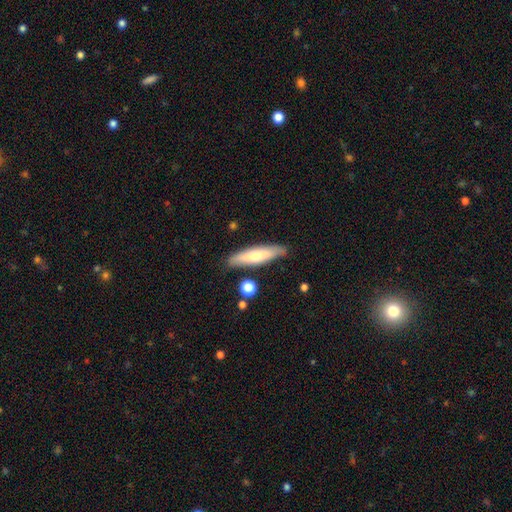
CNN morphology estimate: A smooth galaxy with no disk features (61%) that is cigar-shaped (77%). Merging: none (83%).